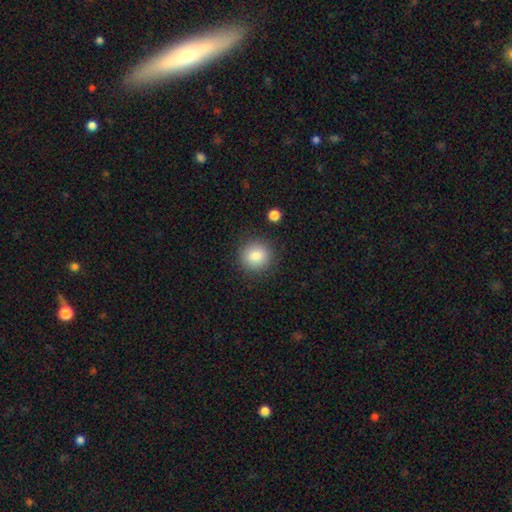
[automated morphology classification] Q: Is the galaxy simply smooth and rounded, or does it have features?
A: smooth — 85%.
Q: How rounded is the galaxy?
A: round — 89%.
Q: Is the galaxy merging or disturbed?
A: none — 87%.